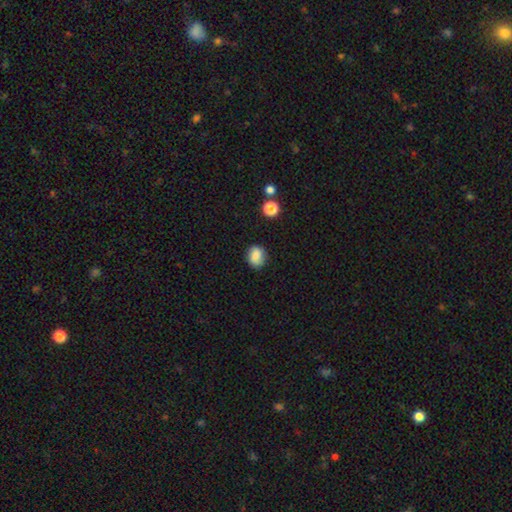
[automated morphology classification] Smooth or featured: smooth — 82% (star or artifact — 9%)
How rounded: round — 52% (in between — 47%)
Merging: none — 77% (minor disturbance — 17%)